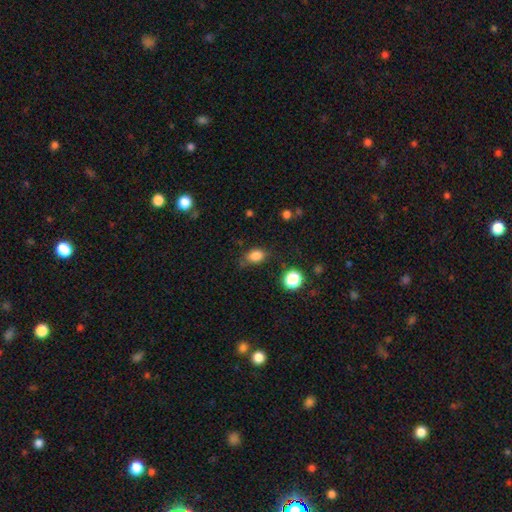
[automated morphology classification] type=smooth (83%); roundness=in between (73%); merging=none (70%).